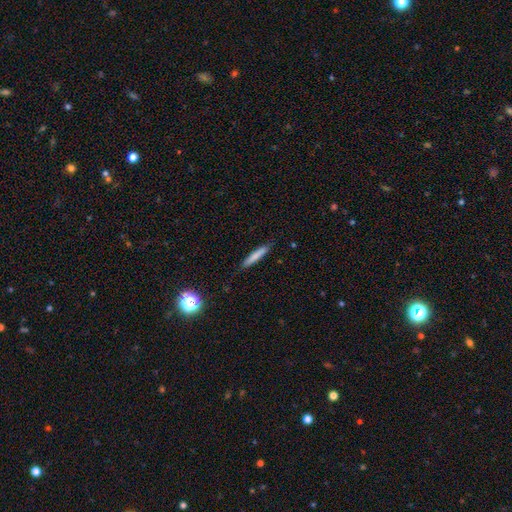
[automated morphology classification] A smooth galaxy with no disk features (78%) that is cigar-shaped (93%).

Vote fractions:
- Smooth or featured? smooth: 78% / featured or disk: 16% / star or artifact: 7%
- How rounded? cigar-shaped: 93% / in between: 6% / round: 1%
- Merging? none: 87% / minor disturbance: 10% / major disturbance: 2% / merger: 1%